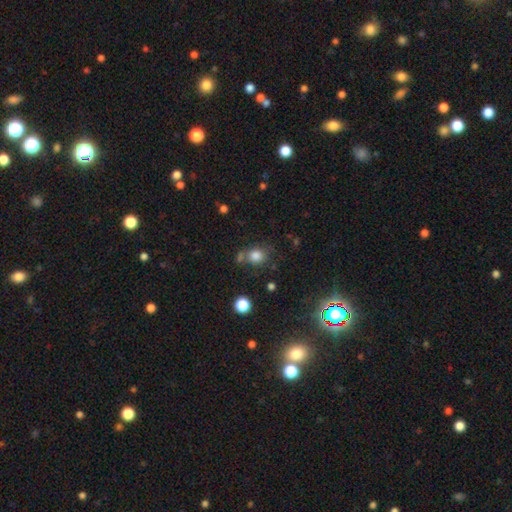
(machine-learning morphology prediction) smooth-or-featured: smooth: 80% | star or artifact: 13% | featured or disk: 7%
  how-rounded: round: 74% | in between: 25% | cigar-shaped: 1%
  merging: none: 61% | merger: 17% | minor disturbance: 16% | major disturbance: 7%